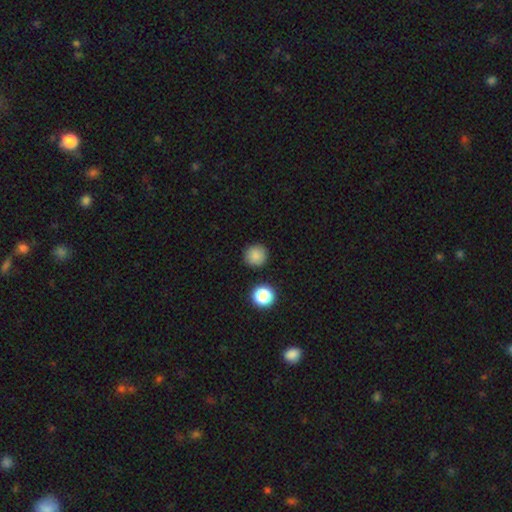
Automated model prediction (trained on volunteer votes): The model was most divided on "smooth or featured": smooth: 85%, star or artifact: 11%, featured or disk: 4%. More confident: how rounded — round (95%); merging — none (90%).